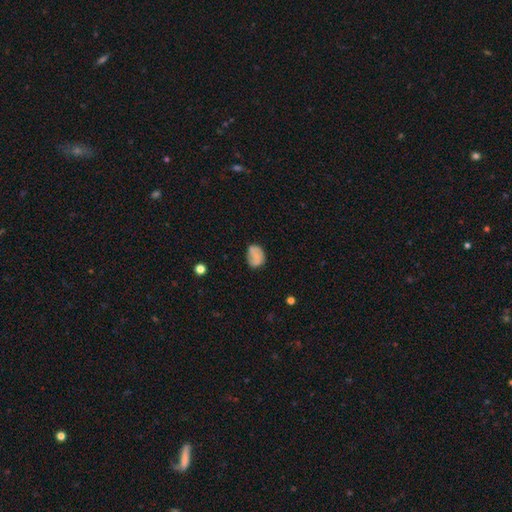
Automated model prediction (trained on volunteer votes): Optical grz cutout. It shows a smooth galaxy with no disk features (67%) that is in between round and cigar-shaped (59%). Merging: none (61%).